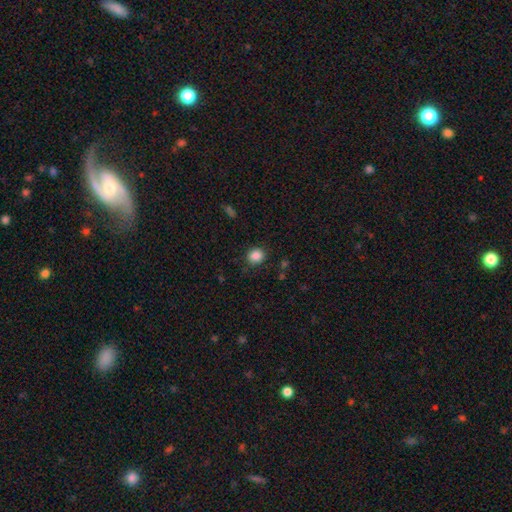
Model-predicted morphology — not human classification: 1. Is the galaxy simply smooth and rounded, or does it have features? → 87% smooth, 10% star or artifact, 3% featured or disk.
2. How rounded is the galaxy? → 72% round, 27% in between, 1% cigar-shaped.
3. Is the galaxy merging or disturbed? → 85% none, 11% minor disturbance, 3% major disturbance, 1% merger.